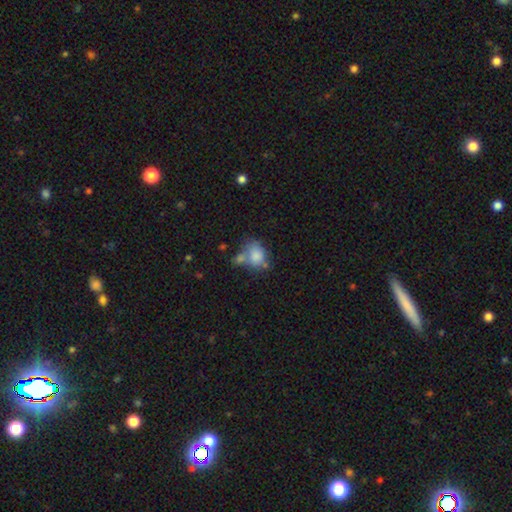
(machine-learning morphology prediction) smooth_or_featured: smooth (p=0.77) [alt: featured or disk p=0.14]
how_rounded: in between (p=0.60) [alt: round p=0.39]
merging: merger (p=0.37) [alt: none p=0.33]